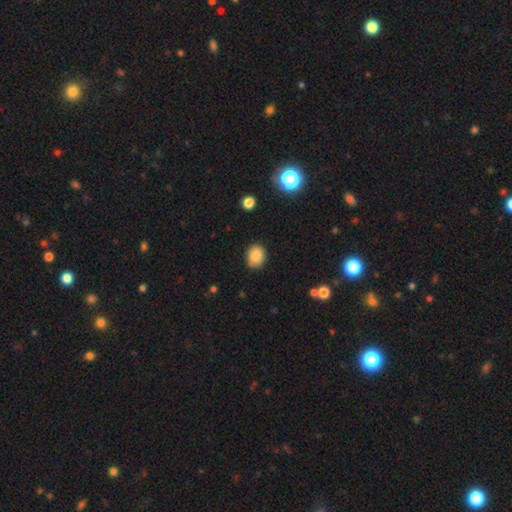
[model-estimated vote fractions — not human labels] A smooth galaxy with no disk features (85%) that is round (58%). Merging: none (85%).